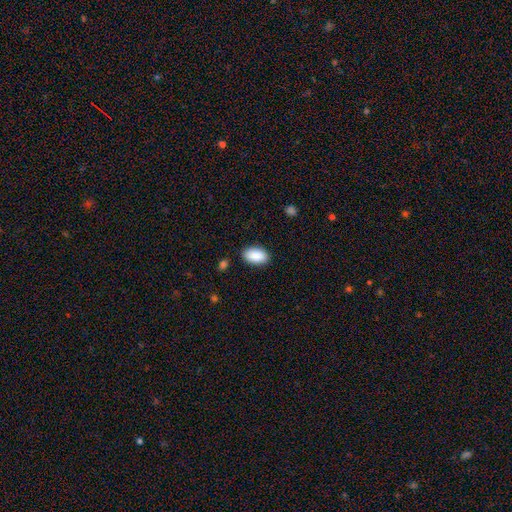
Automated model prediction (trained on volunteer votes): Overall: smooth (90%). How rounded: in between (95%). Merging: none (88%).